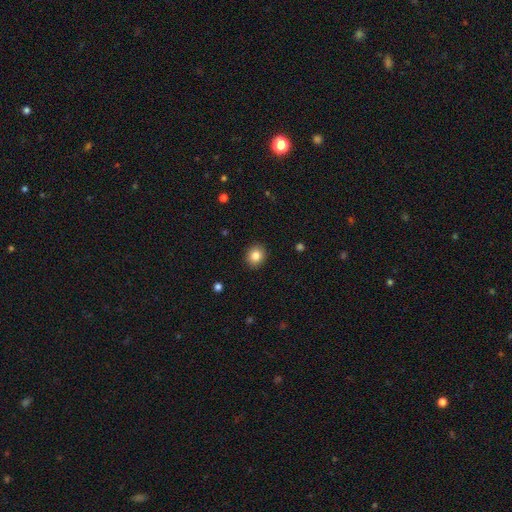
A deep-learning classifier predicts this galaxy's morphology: Smooth or featured?
  - smooth: 84% *
  - star or artifact: 10%
  - featured or disk: 7%
How rounded?
  - round: 78% *
  - in between: 21%
  - cigar-shaped: 1%
Merging?
  - none: 91% *
  - minor disturbance: 6%
  - major disturbance: 2%
  - merger: 1%